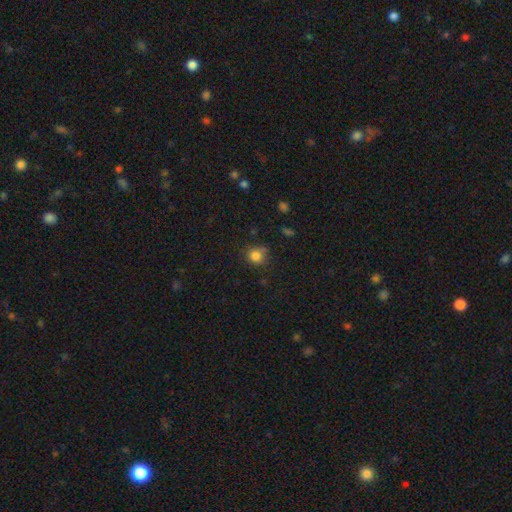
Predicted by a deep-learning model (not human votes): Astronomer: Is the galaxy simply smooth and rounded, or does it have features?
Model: smooth — 82%.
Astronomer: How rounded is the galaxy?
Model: round — 84%.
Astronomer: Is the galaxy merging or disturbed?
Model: none — 69%.